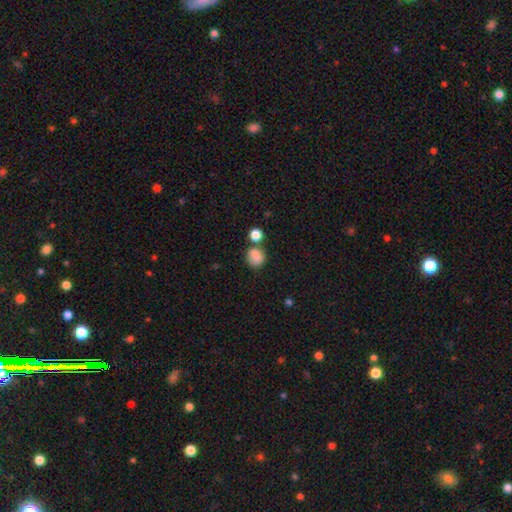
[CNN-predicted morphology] Smooth or featured? Predicted: smooth (p=0.84). How rounded? Predicted: round (p=0.69). Merging? Predicted: none (p=0.59).